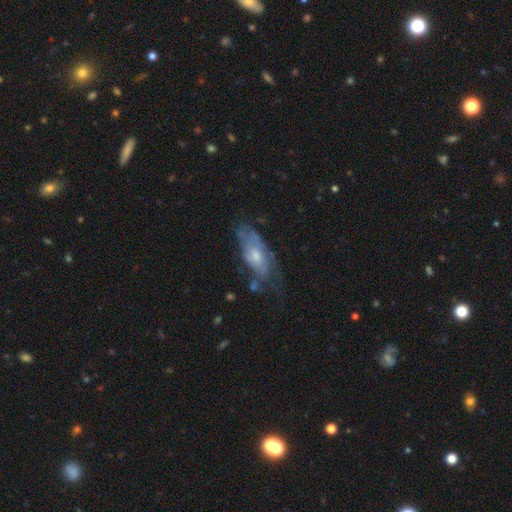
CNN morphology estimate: smooth_or_featured: featured or disk (p=0.56) [alt: smooth p=0.36]
disk_edge_on: no (p=0.81) [alt: yes p=0.19]
merging: none (p=0.47) [alt: minor disturbance p=0.30]